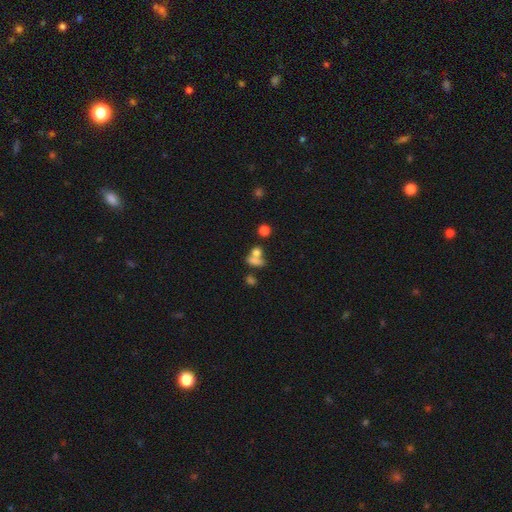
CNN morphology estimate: smooth_or_featured: smooth (p=0.70) [alt: featured or disk p=0.15]
how_rounded: in between (p=0.47) [alt: round p=0.46]
merging: merger (p=0.47) [alt: none p=0.35]